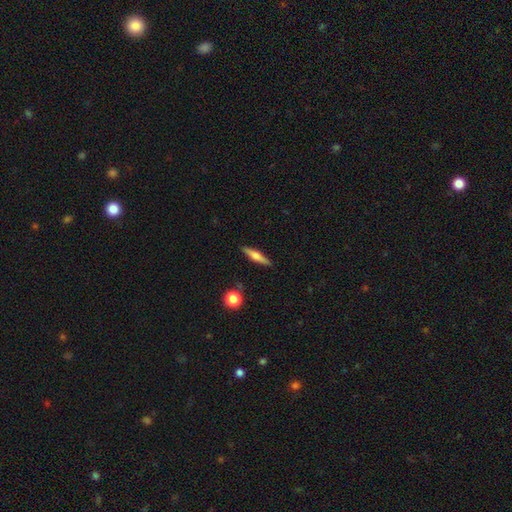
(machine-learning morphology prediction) A featured or disk galaxy (51%) viewed edge-on (96%).

Vote fractions:
- Smooth or featured? featured or disk: 51% / smooth: 42% / star or artifact: 7%
- Edge-on disk? yes: 96% / no: 4%
- Merging? none: 89% / minor disturbance: 8% / major disturbance: 2% / merger: 2%